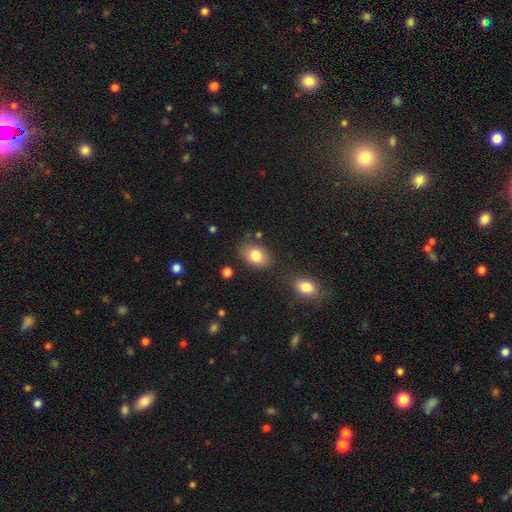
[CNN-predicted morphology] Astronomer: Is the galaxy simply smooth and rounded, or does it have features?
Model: smooth — 81%.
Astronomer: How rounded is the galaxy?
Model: in between — 82%.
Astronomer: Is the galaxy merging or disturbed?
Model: none — 77%.